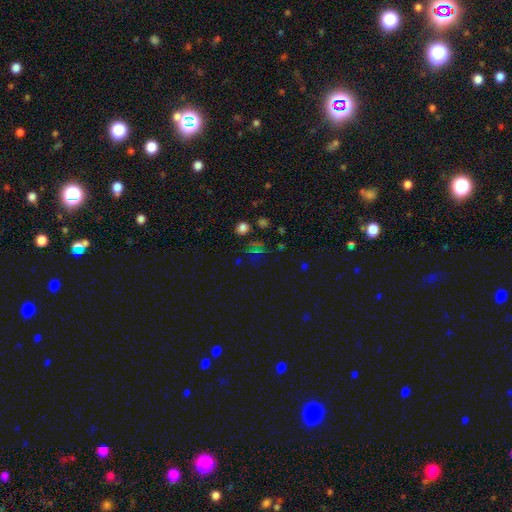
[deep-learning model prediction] This appears to be a star or artifact, not a galaxy (54%).